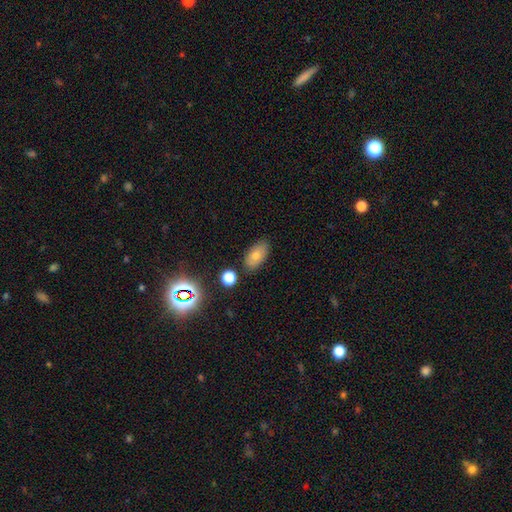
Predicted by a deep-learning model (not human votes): smooth-or-featured: smooth: 70% | star or artifact: 15% | featured or disk: 15%
  how-rounded: in between: 90% | round: 7% | cigar-shaped: 3%
  merging: none: 83% | minor disturbance: 11% | merger: 3% | major disturbance: 3%